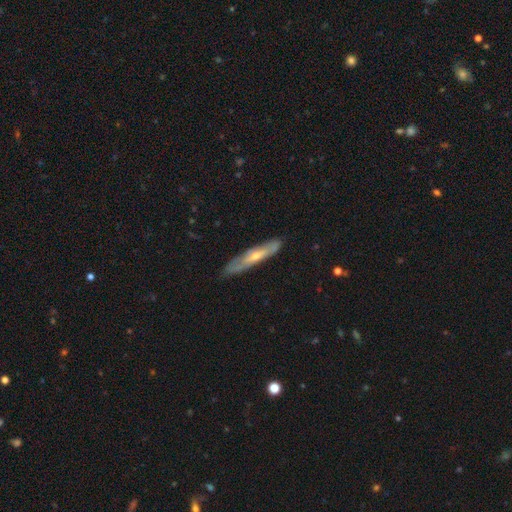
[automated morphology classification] Smooth or featured?
  - featured or disk: 61% *
  - smooth: 32%
  - star or artifact: 6%
Edge-on disk?
  - yes: 67% *
  - no: 33%
Merging?
  - none: 82% *
  - minor disturbance: 14%
  - major disturbance: 3%
  - merger: 1%